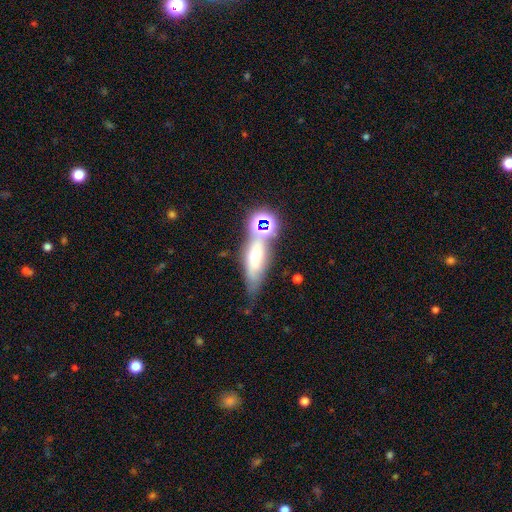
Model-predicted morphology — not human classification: smooth 51%, featured or disk 31%, star or artifact 19%. Down the decision tree: how rounded — in between (54%); merging — none (52%).